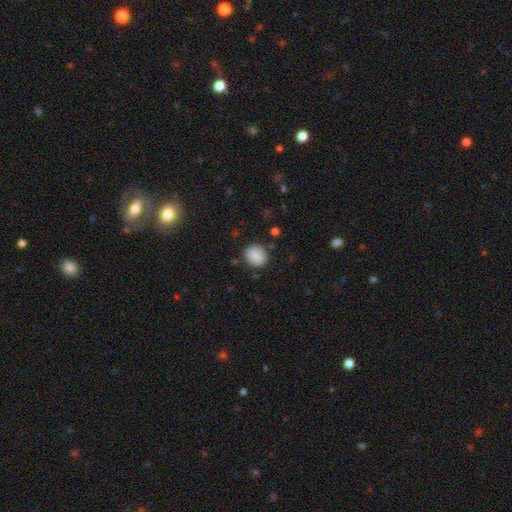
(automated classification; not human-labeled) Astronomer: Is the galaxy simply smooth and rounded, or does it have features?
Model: smooth — 81%.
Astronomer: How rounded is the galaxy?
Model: round — 81%.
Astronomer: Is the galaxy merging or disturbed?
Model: none — 84%.